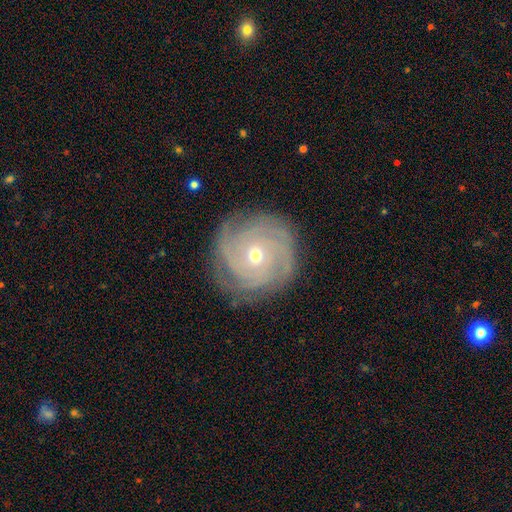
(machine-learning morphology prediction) Overall: featured or disk (83%). Edge-on disk: no (97%). Bar: no (73%). Spiral arms: yes (96%). Spiral arm count: can't tell (27%; 3 24%). Spiral winding: tight (79%). Bulge size: small (56%; moderate 41%). Merging: none (82%).